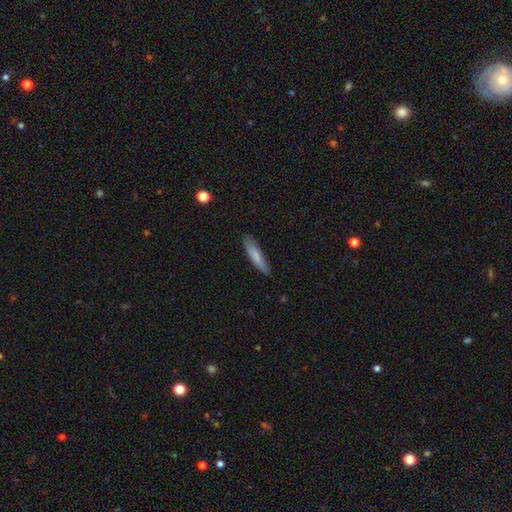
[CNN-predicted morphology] A smooth galaxy with no disk features (78%) that is cigar-shaped (80%). Merging: none (85%).